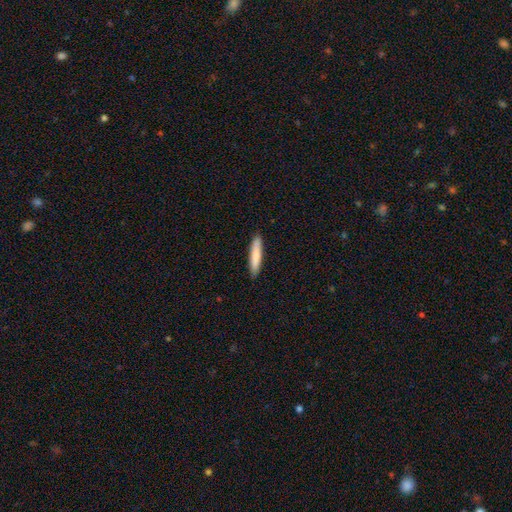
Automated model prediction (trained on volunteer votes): The model was most divided on "smooth or featured": smooth: 80%, featured or disk: 14%, star or artifact: 5%. More confident: merging — none (90%); how rounded — cigar-shaped (89%).